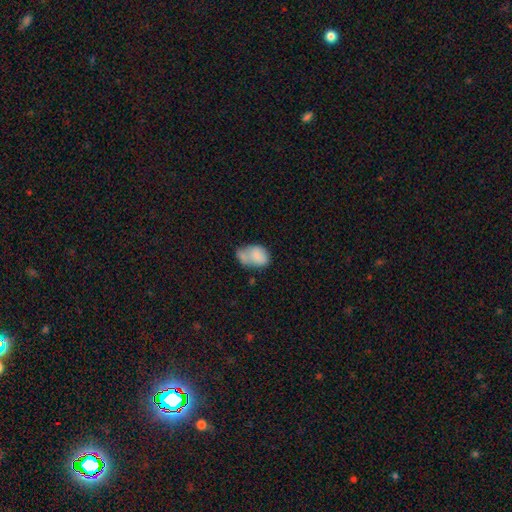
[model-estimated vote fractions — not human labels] Overall: smooth (75%). How rounded: in between (80%). Merging: merger (40%; none 25%).